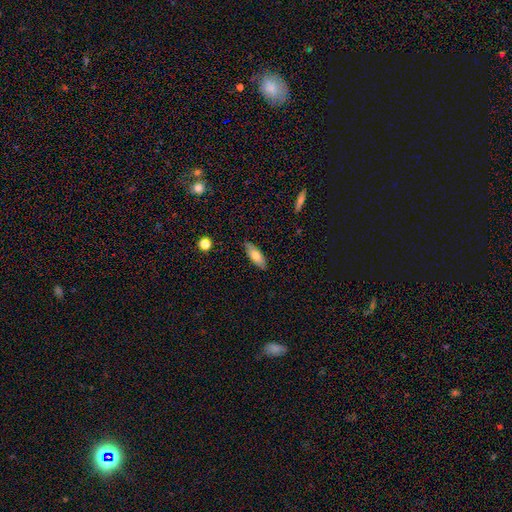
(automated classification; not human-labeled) smooth-or-featured: smooth: 68% | featured or disk: 25% | star or artifact: 7%
  how-rounded: in between: 65% | cigar-shaped: 32% | round: 3%
  merging: none: 86% | minor disturbance: 11% | major disturbance: 2% | merger: 1%